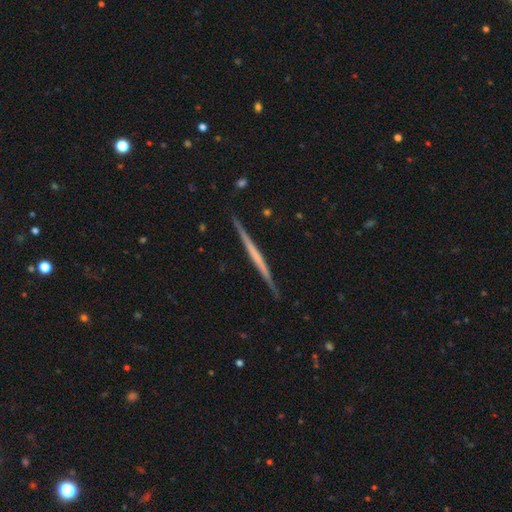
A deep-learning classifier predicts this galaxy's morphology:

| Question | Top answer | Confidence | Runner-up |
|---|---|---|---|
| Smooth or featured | featured or disk | 66% | smooth (29%) |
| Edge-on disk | yes | 98% | no (2%) |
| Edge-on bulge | none | 87% | rounded (8%) |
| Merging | none | 91% | minor disturbance (7%) |